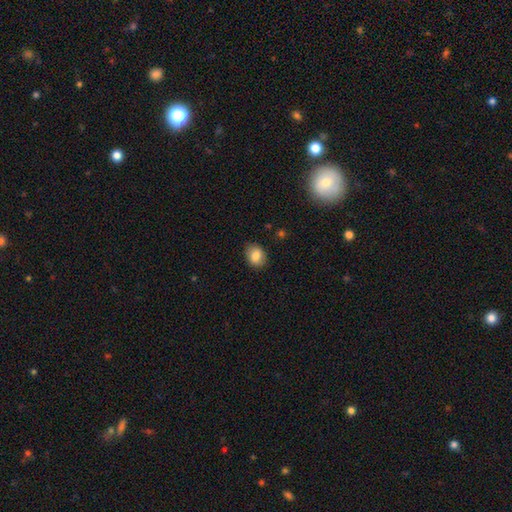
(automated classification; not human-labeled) Smooth or featured? smooth (83%)
How rounded? in between (57%)
Merging? none (84%)